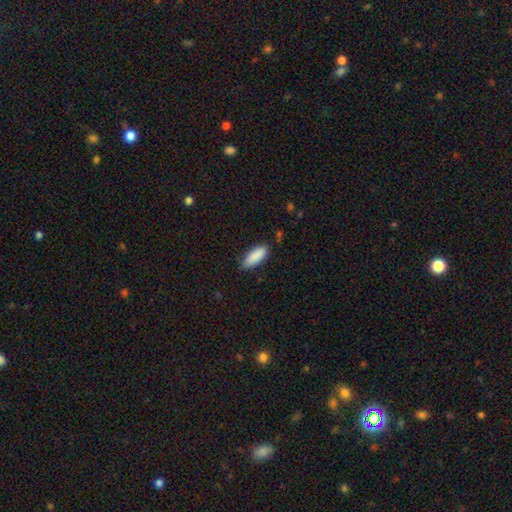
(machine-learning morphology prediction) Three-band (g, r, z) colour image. It shows a smooth galaxy with no disk features (89%) that is in between round and cigar-shaped (69%). Merging: none (78%).